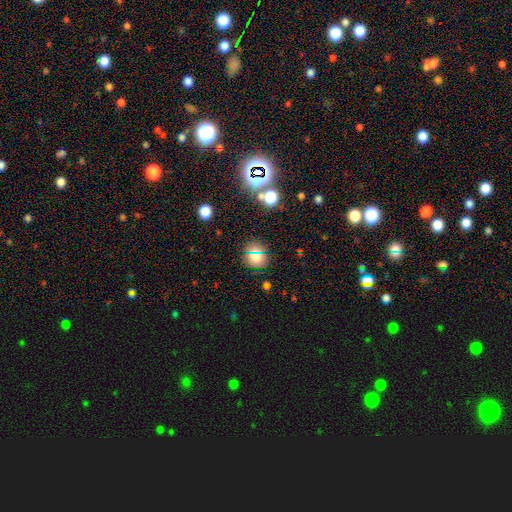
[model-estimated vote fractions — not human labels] Smooth or featured: smooth — 64% (star or artifact — 25%)
How rounded: round — 82% (in between — 16%)
Merging: none — 82% (minor disturbance — 10%)